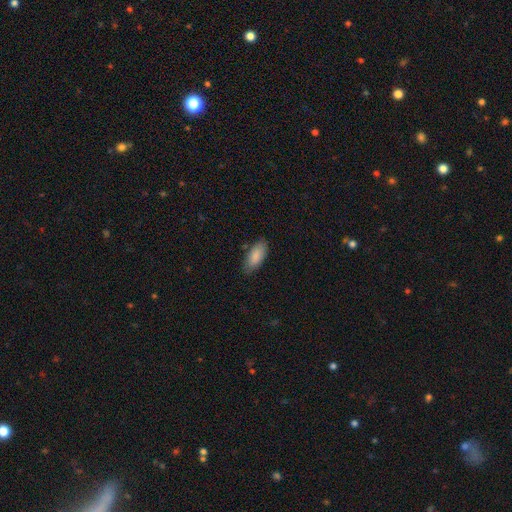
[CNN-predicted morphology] type=smooth (87%); roundness=in between (89%); merging=none (80%).